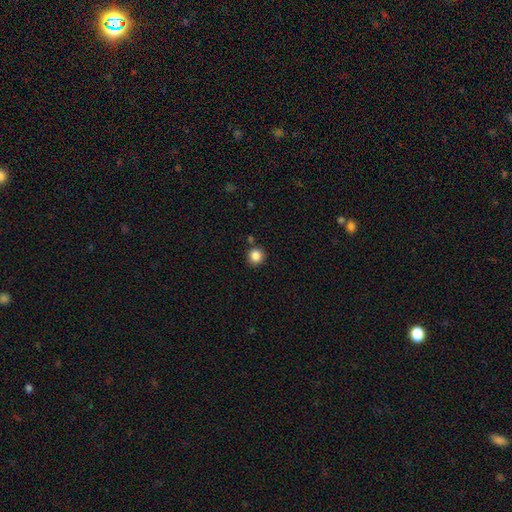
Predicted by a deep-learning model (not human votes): smooth-or-featured: smooth: 86% | star or artifact: 11% | featured or disk: 4%
  how-rounded: round: 94% | in between: 5% | cigar-shaped: 1%
  merging: none: 87% | minor disturbance: 7% | merger: 4% | major disturbance: 2%